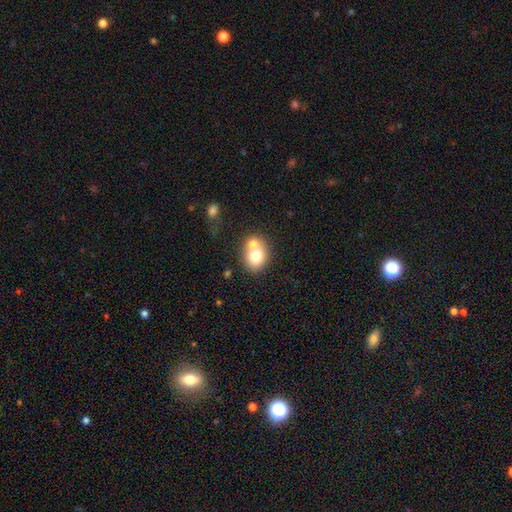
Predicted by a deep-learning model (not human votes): Smooth or featured?
  - smooth: 72% *
  - featured or disk: 20%
  - star or artifact: 9%
How rounded?
  - round: 51% *
  - in between: 48%
  - cigar-shaped: 1%
Merging?
  - merger: 51% *
  - none: 35%
  - minor disturbance: 10%
  - major disturbance: 4%